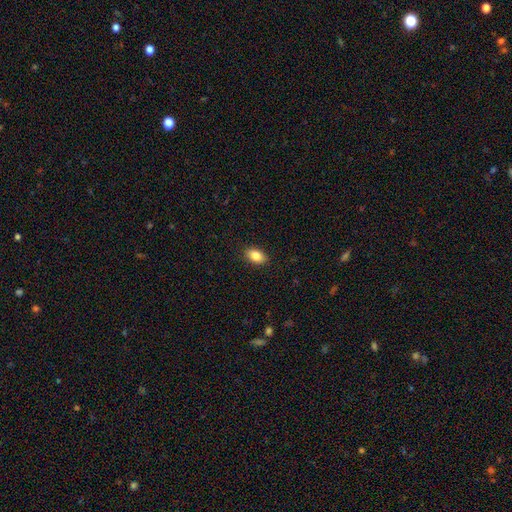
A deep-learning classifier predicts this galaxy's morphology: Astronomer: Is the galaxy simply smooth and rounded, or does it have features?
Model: smooth — 85%.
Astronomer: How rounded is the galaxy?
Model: in between — 88%.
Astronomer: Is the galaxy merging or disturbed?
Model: none — 89%.